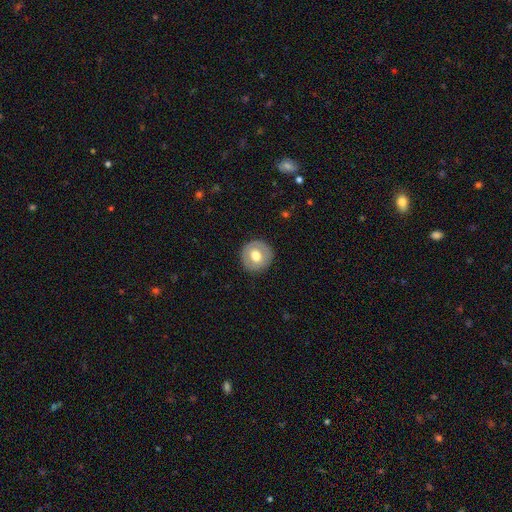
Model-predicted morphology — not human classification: smooth_or_featured: smooth (p=0.64) [alt: featured or disk p=0.29]
how_rounded: round (p=0.94) [alt: in between p=0.05]
merging: none (p=0.89) [alt: minor disturbance p=0.07]